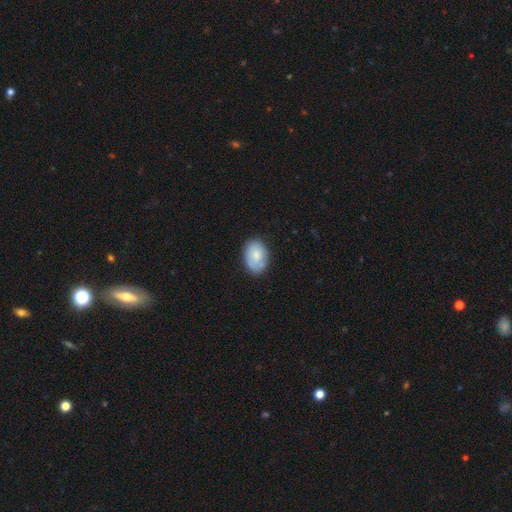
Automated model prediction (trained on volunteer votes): This appears to be a smooth galaxy with no disk features (71%) that is in between round and cigar-shaped (83%). Merging: none (76%).